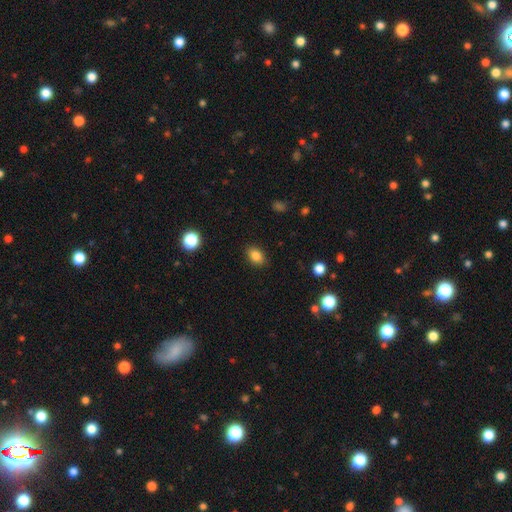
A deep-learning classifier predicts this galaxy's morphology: Smooth or featured? Predicted: smooth (p=0.85). How rounded? Predicted: in between (p=0.78). Merging? Predicted: none (p=0.87).